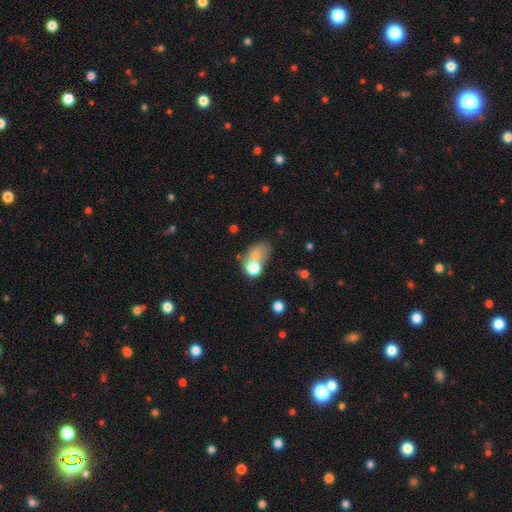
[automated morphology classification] smooth 67%, featured or disk 20%, star or artifact 13%. Down the decision tree: how rounded — in between (68%); merging — merger (37%).